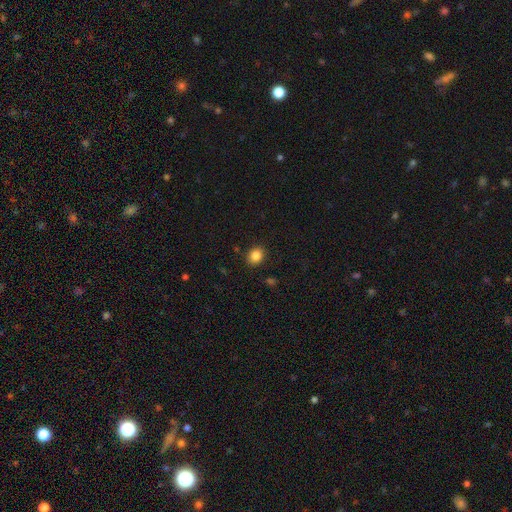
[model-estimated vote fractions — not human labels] smooth_or_featured: smooth (p=0.85) [alt: star or artifact p=0.10]
how_rounded: round (p=0.56) [alt: in between p=0.43]
merging: none (p=0.88) [alt: minor disturbance p=0.08]